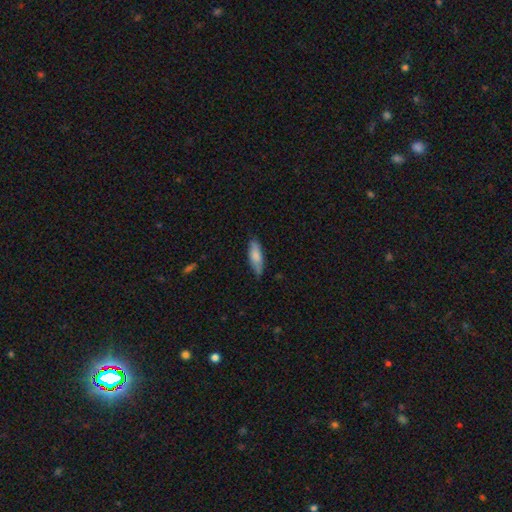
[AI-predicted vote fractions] Q: Smooth or featured?
A: smooth (78%); runner-up: featured or disk (16%)
Q: How rounded?
A: in between (59%); runner-up: cigar-shaped (39%)
Q: Merging?
A: none (76%); runner-up: minor disturbance (20%)